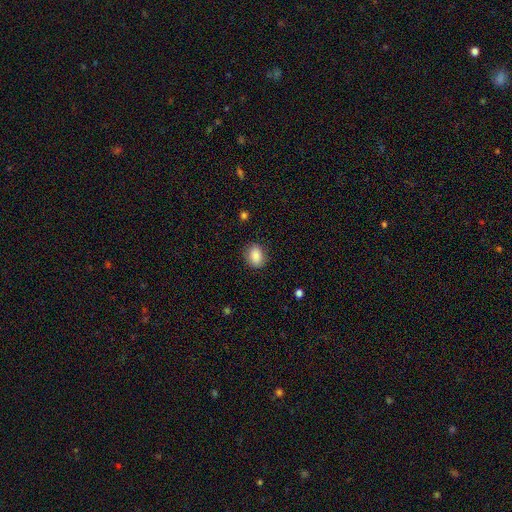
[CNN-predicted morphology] type=smooth (87%); roundness=in between (63%); merging=none (85%).